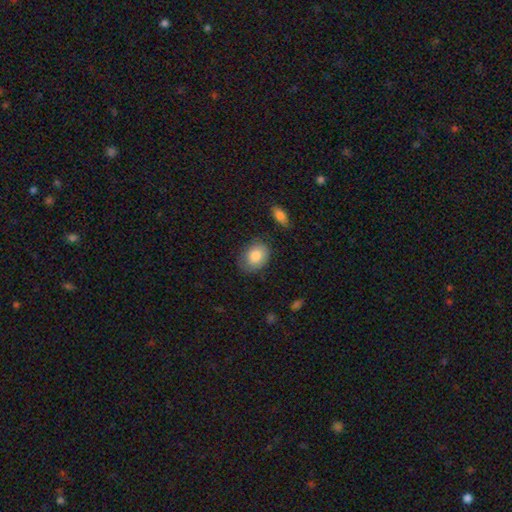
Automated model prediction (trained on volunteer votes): smooth-or-featured: smooth: 82% | featured or disk: 11% | star or artifact: 7%
  how-rounded: in between: 69% | round: 30% | cigar-shaped: 1%
  merging: none: 73% | minor disturbance: 20% | major disturbance: 5% | merger: 2%